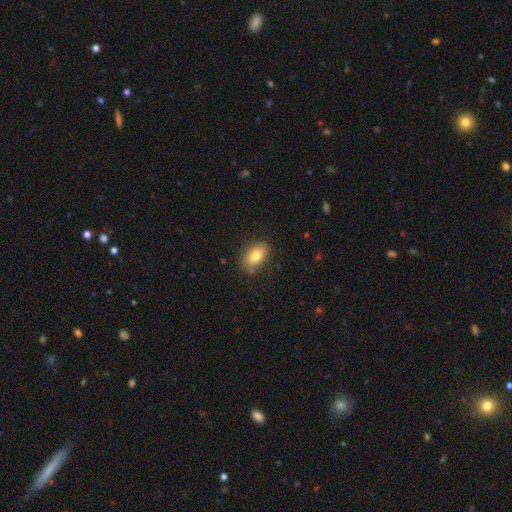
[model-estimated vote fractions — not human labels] The model was most divided on "merging": none: 82%, minor disturbance: 14%, major disturbance: 3%, merger: 2%. More confident: how rounded — in between (90%); smooth or featured — smooth (80%).